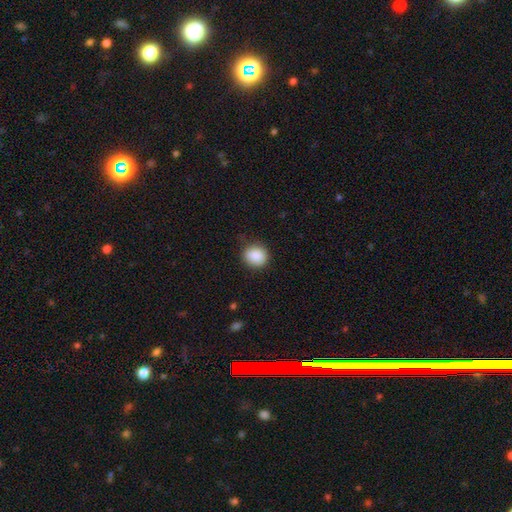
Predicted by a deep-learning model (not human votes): smooth 88%, star or artifact 8%, featured or disk 4%. Down the decision tree: how rounded — round (79%); merging — none (82%).